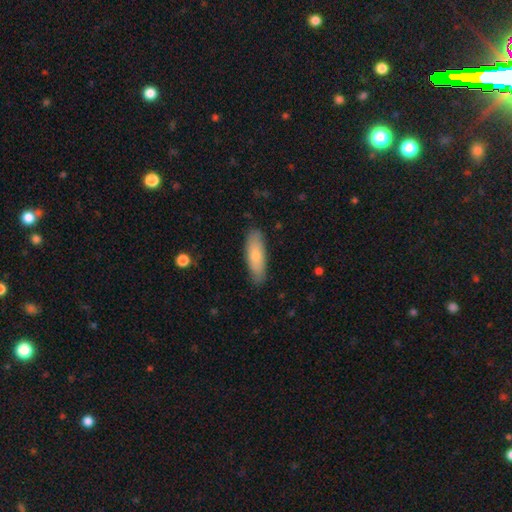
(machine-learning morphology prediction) A smooth galaxy with no disk features (75%) that is in between round and cigar-shaped (55%).

Vote fractions:
- Smooth or featured? smooth: 75% / featured or disk: 20% / star or artifact: 6%
- How rounded? in between: 55% / cigar-shaped: 44% / round: 2%
- Merging? none: 86% / minor disturbance: 11% / major disturbance: 2% / merger: 1%